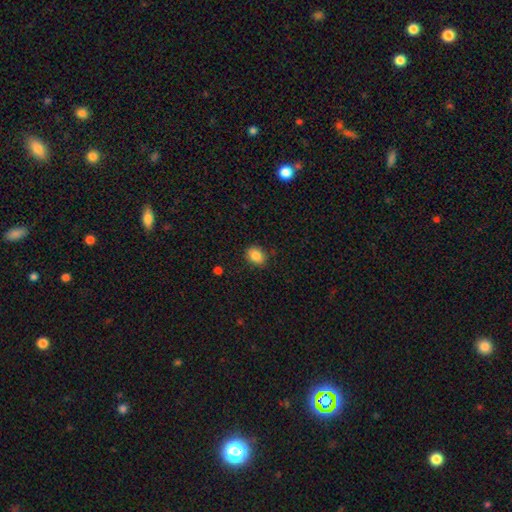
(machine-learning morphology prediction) type=smooth (86%); roundness=in between (56%); merging=none (85%).